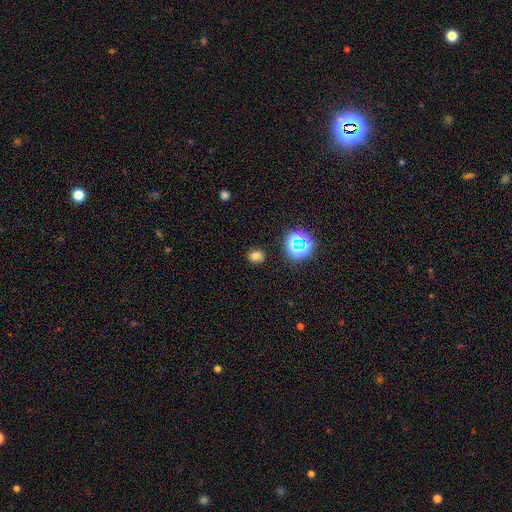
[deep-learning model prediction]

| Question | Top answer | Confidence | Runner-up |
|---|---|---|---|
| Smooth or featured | smooth | 72% | star or artifact (22%) |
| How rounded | round | 64% | in between (35%) |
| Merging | none | 86% | minor disturbance (9%) |